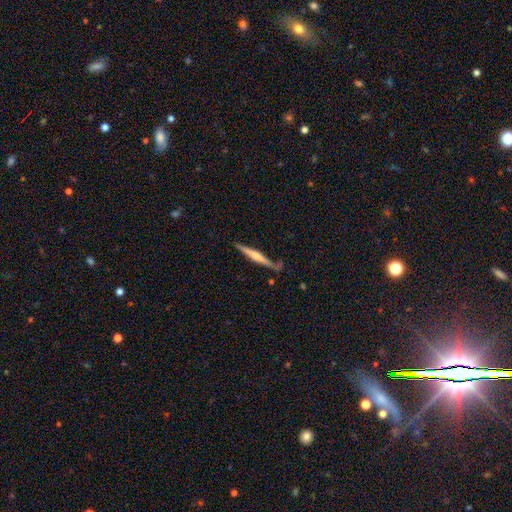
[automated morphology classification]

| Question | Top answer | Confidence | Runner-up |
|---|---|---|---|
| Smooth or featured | featured or disk | 58% | smooth (37%) |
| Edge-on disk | yes | 97% | no (3%) |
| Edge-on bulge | rounded | 64% | none (21%) |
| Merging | none | 78% | minor disturbance (15%) |